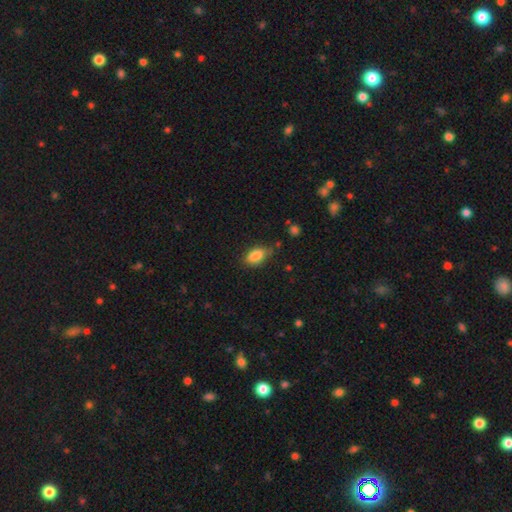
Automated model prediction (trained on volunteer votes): This appears to be a smooth galaxy with no disk features (86%) that is in between round and cigar-shaped (89%). Merging: none (72%).